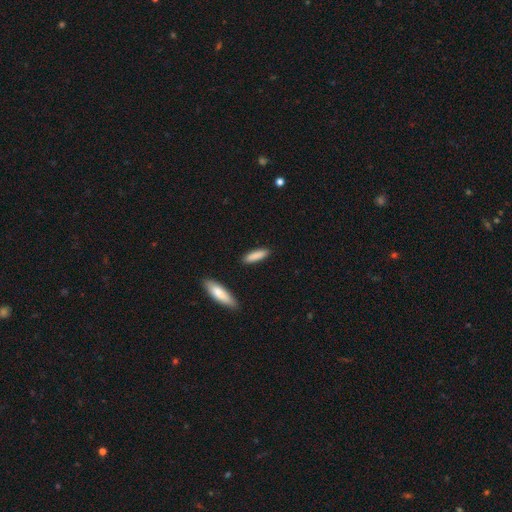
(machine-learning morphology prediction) Smooth or featured? smooth (87%)
How rounded? cigar-shaped (65%)
Merging? none (87%)